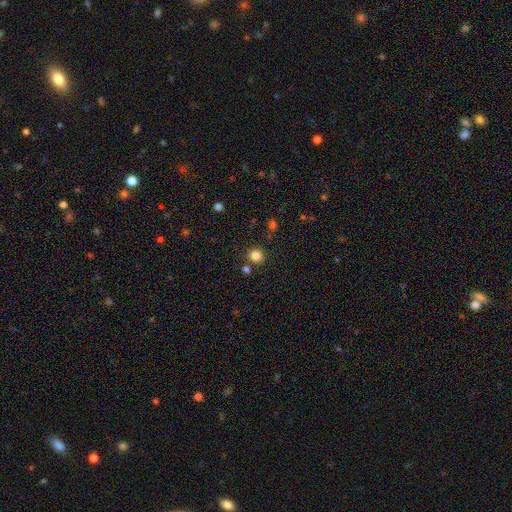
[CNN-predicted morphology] smooth_or_featured: smooth (p=0.83) [alt: star or artifact p=0.13]
how_rounded: round (p=0.93) [alt: in between p=0.06]
merging: none (p=0.84) [alt: minor disturbance p=0.07]